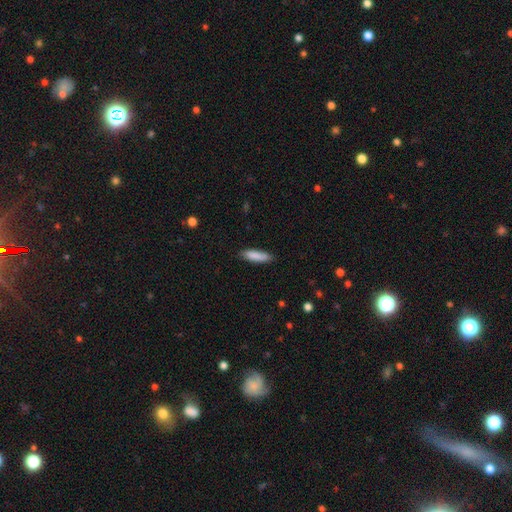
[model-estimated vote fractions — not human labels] A smooth galaxy with no disk features (87%) that is cigar-shaped (69%).

Vote fractions:
- Smooth or featured? smooth: 87% / featured or disk: 7% / star or artifact: 6%
- How rounded? cigar-shaped: 69% / in between: 29% / round: 1%
- Merging? none: 85% / minor disturbance: 11% / major disturbance: 2% / merger: 1%